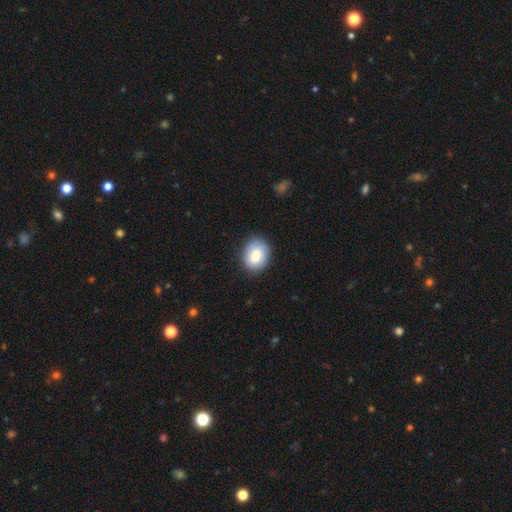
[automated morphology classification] Overall: smooth (77%). How rounded: round (56%; in between 44%). Merging: none (84%).